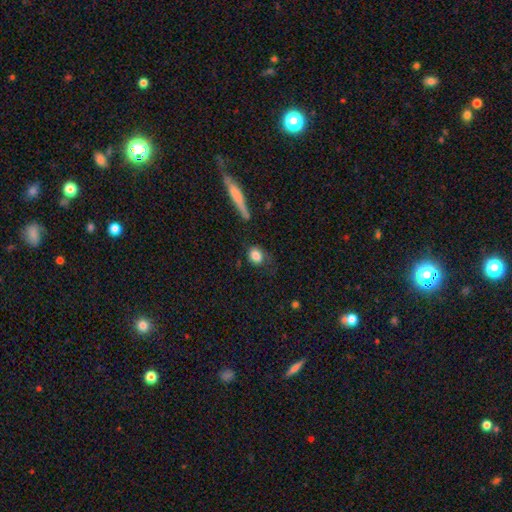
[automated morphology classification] A smooth galaxy with no disk features (83%) that is round (52%). Merging: none (61%).